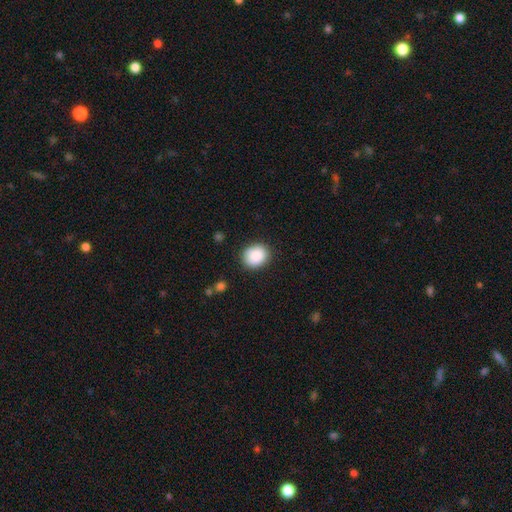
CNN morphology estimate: A smooth galaxy with no disk features (88%) that is round (69%). Merging: none (87%).